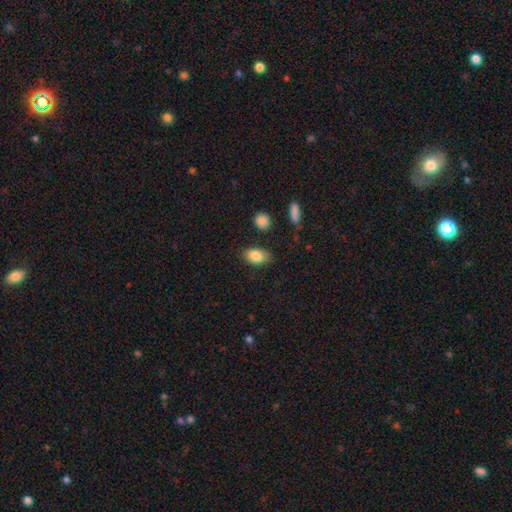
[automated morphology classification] smooth-or-featured: smooth: 85% | star or artifact: 7% | featured or disk: 7%
  how-rounded: in between: 89% | round: 9% | cigar-shaped: 2%
  merging: none: 82% | minor disturbance: 12% | major disturbance: 3% | merger: 2%